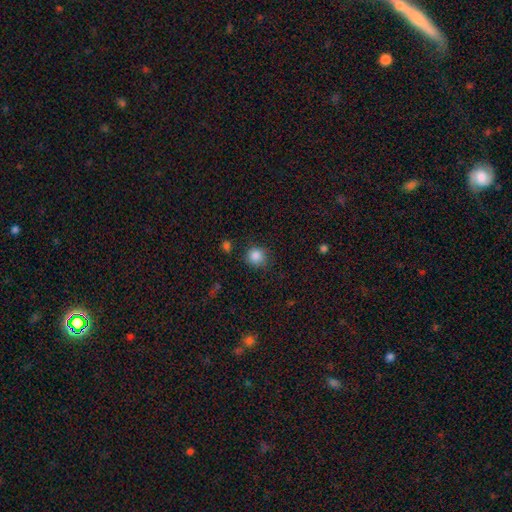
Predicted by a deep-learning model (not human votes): Overall: smooth (86%). How rounded: round (90%). Merging: none (81%).